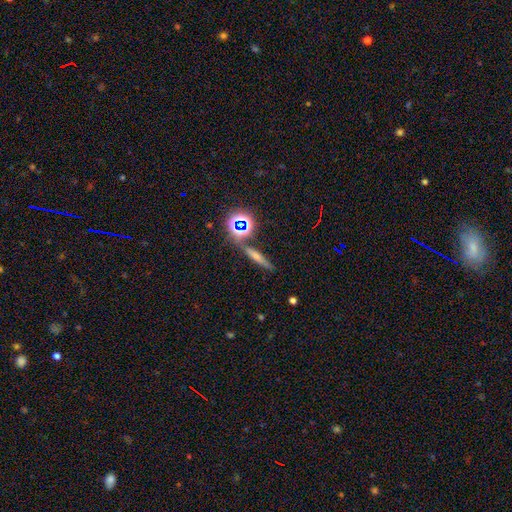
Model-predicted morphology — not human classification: Smooth or featured? Predicted: smooth (p=0.52). How rounded? Predicted: cigar-shaped (p=0.78). Merging? Predicted: none (p=0.76).